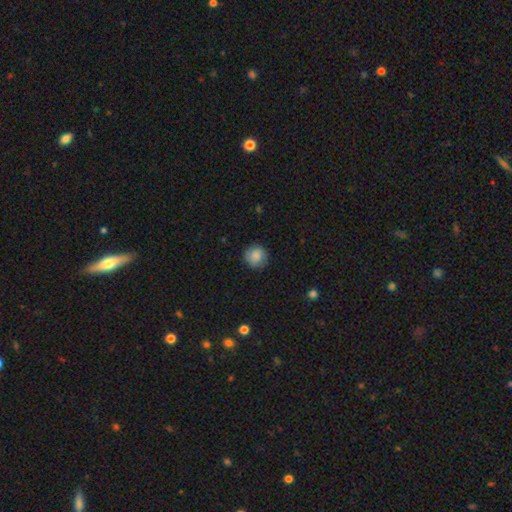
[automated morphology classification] Smooth or featured? smooth (80%)
How rounded? round (91%)
Merging? none (85%)